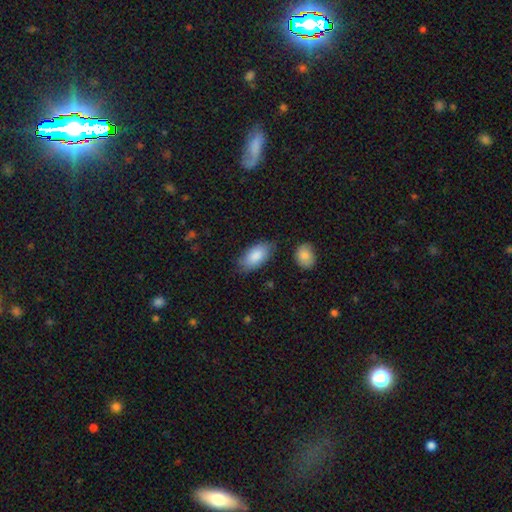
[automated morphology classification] A smooth galaxy with no disk features (86%) that is in between round and cigar-shaped (93%). Merging: none (76%).